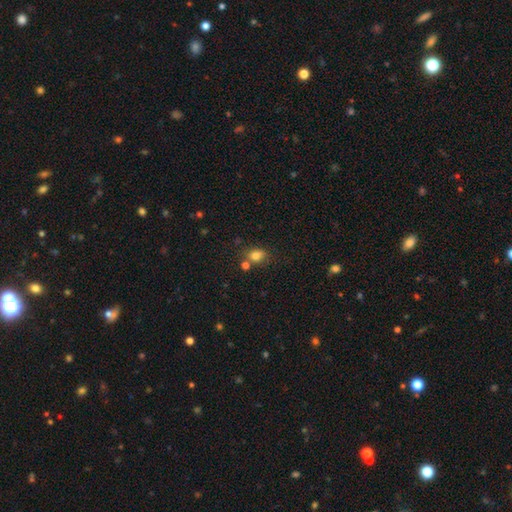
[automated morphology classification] type=smooth (78%); roundness=in between (55%); merging=none (61%).